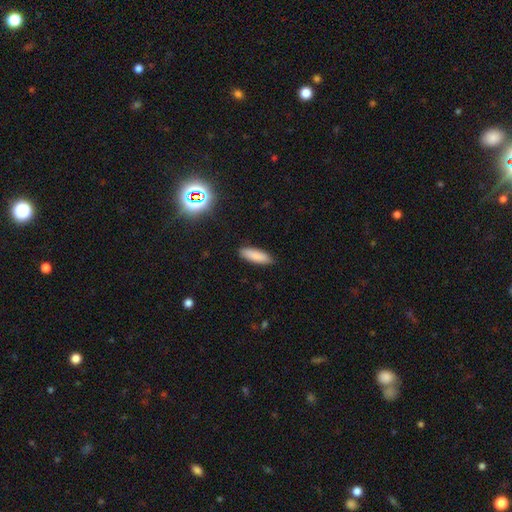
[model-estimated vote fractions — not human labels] Morphology: type=smooth (86%); roundness=cigar-shaped (51%); merging=none (87%).